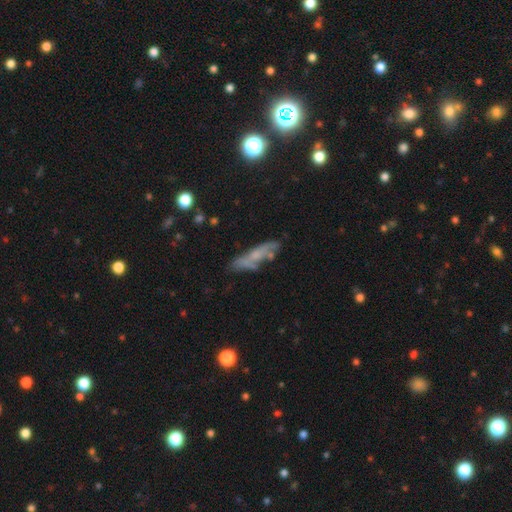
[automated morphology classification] Smooth or featured?
  - featured or disk: 48% *
  - smooth: 41%
  - star or artifact: 12%
Merging?
  - none: 62% *
  - minor disturbance: 22%
  - major disturbance: 9%
  - merger: 7%